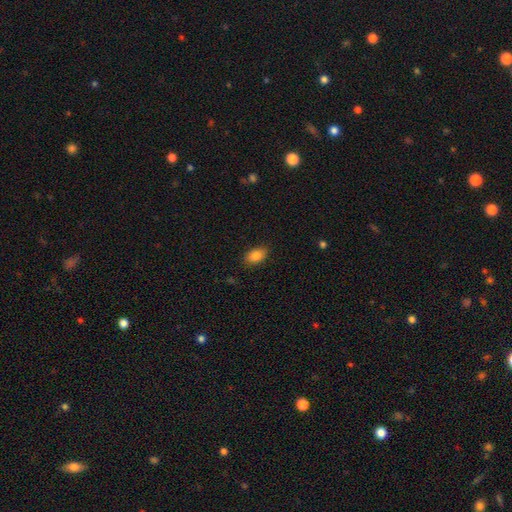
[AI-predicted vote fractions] Smooth or featured? Predicted: smooth (p=0.85). How rounded? Predicted: in between (p=0.88). Merging? Predicted: none (p=0.85).